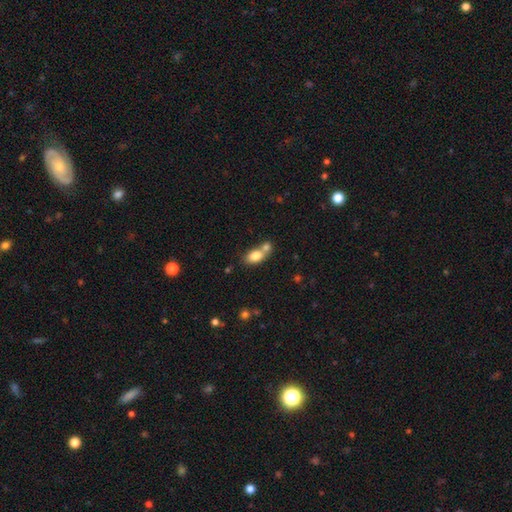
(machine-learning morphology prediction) A smooth galaxy with no disk features (79%) that is in between round and cigar-shaped (83%). Merging: merger (52%).